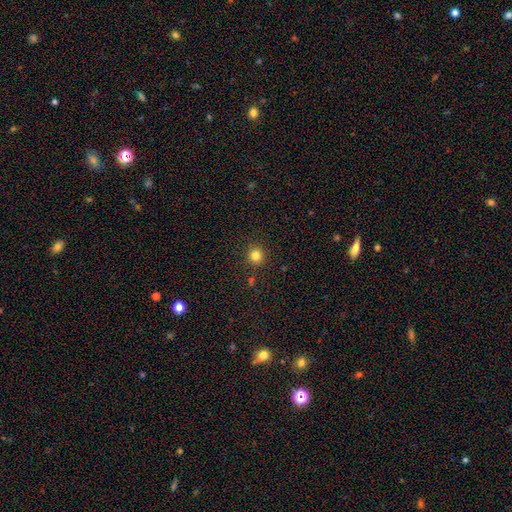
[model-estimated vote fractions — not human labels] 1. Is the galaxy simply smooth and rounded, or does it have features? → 82% smooth, 13% star or artifact, 5% featured or disk.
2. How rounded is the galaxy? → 93% round, 6% in between, 1% cigar-shaped.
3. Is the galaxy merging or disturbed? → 90% none, 6% minor disturbance, 2% major disturbance, 2% merger.